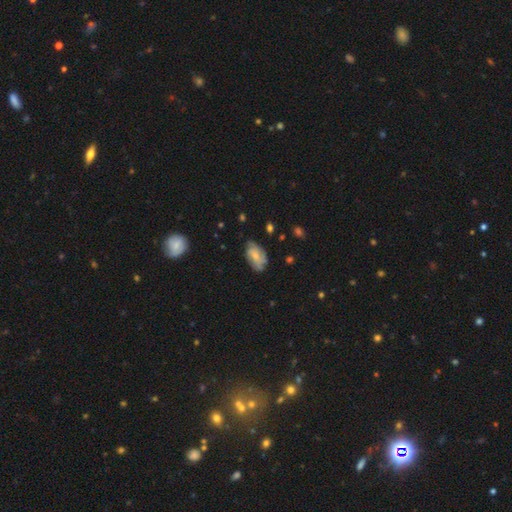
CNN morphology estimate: smooth_or_featured: smooth (p=0.53) [alt: featured or disk p=0.39]
how_rounded: in between (p=0.91) [alt: round p=0.06]
merging: none (p=0.63) [alt: minor disturbance p=0.28]